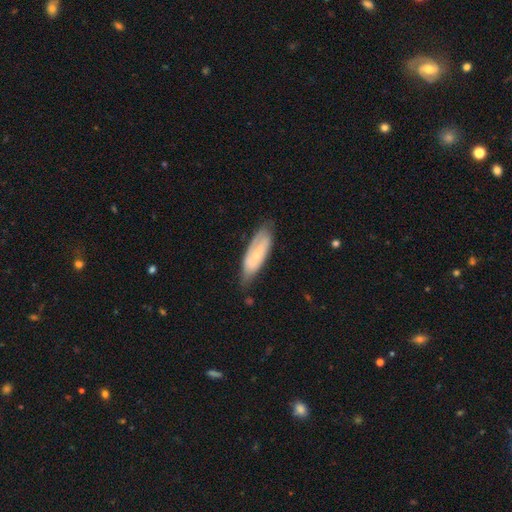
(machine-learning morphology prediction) A featured or disk galaxy (56%).

Vote fractions:
- Smooth or featured? featured or disk: 56% / smooth: 38% / star or artifact: 6%
- Edge-on disk? no: 81% / yes: 19%
- Merging? none: 63% / minor disturbance: 28% / major disturbance: 7% / merger: 2%